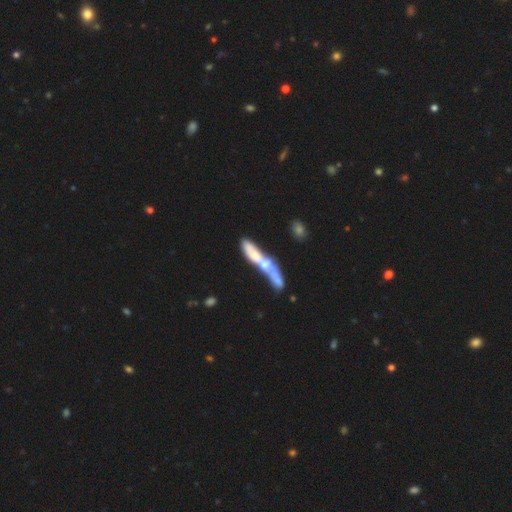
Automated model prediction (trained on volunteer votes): This is possibly a featured or disk galaxy (50%). Merging: possibly merger (58%).